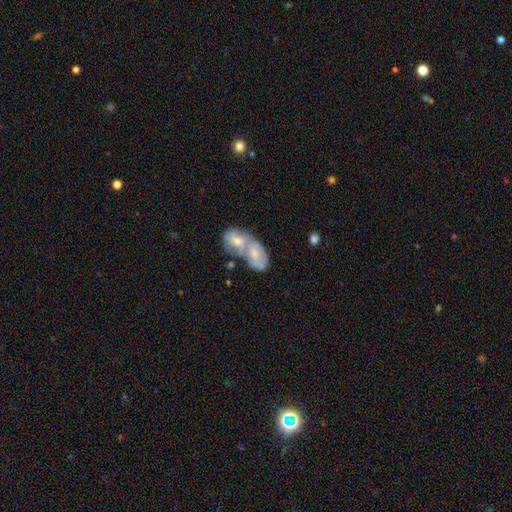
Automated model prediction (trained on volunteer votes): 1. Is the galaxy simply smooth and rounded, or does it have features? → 49% smooth, 44% featured or disk, 7% star or artifact.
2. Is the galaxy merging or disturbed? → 76% merger, 11% none, 7% minor disturbance, 6% major disturbance.